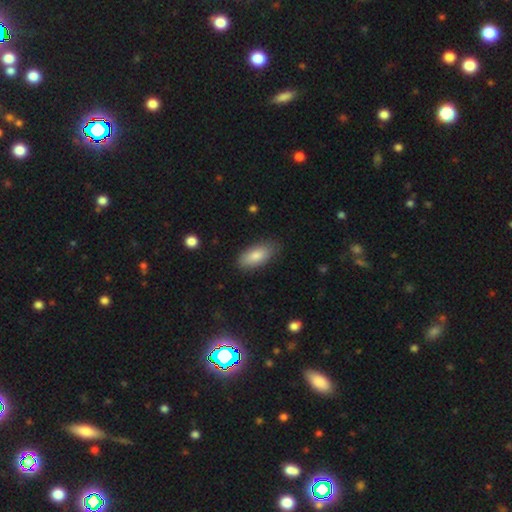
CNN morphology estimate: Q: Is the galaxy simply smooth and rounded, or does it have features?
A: smooth — 81%.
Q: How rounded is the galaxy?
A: in between — 86%.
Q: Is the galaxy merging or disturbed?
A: none — 82%.